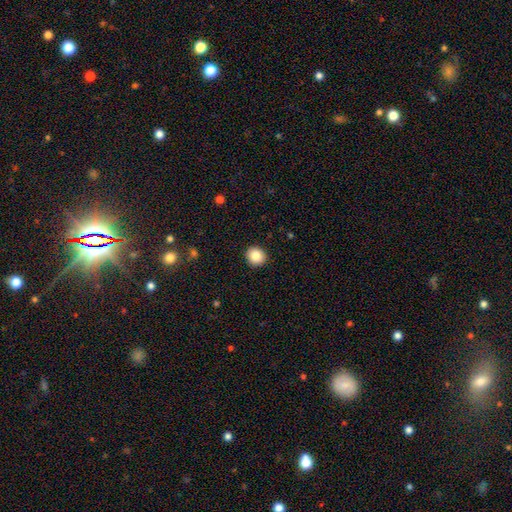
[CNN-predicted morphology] This is clearly a smooth galaxy (86%). How rounded: clearly round (87%). Merging: clearly none (92%).